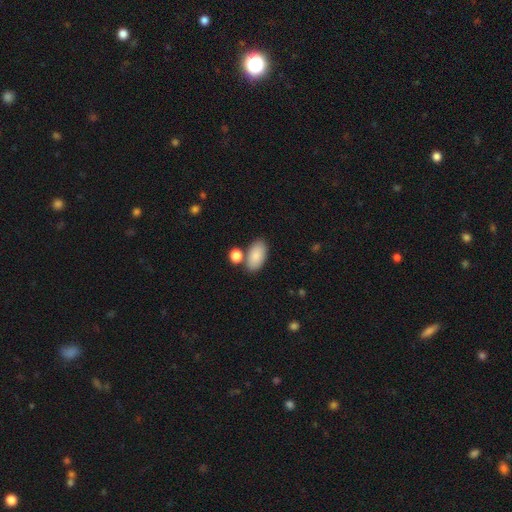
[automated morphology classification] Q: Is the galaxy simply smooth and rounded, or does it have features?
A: smooth — 86%.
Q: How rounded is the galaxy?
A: in between — 94%.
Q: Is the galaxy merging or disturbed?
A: none — 71%.